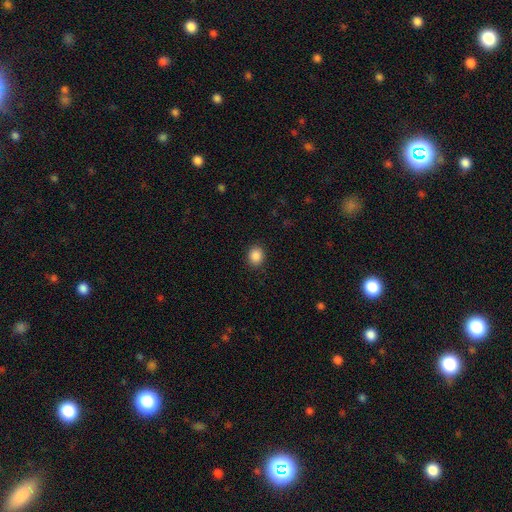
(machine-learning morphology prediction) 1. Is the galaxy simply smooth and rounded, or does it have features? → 88% smooth, 9% star or artifact, 3% featured or disk.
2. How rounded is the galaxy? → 66% round, 33% in between, 1% cigar-shaped.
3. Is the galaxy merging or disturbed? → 90% none, 7% minor disturbance, 2% major disturbance, 1% merger.